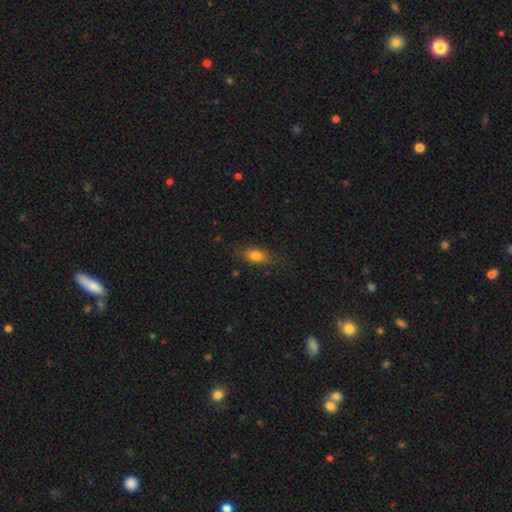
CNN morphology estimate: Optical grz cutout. It shows a smooth galaxy with no disk features (82%) that is in between round and cigar-shaped (85%). Merging: none (80%).